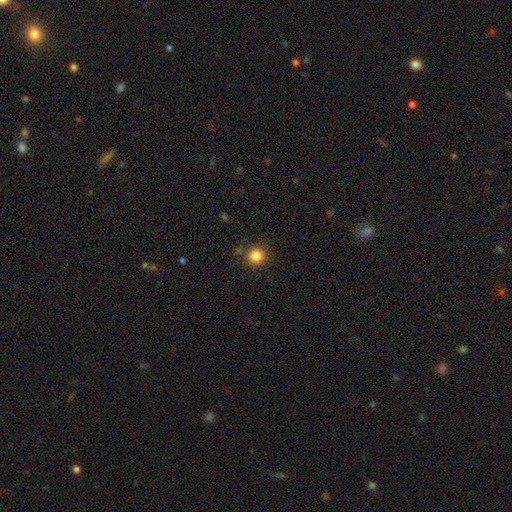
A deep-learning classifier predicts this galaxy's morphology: A smooth galaxy with no disk features (84%) that is round (92%).

Vote fractions:
- Smooth or featured? smooth: 84% / star or artifact: 12% / featured or disk: 5%
- How rounded? round: 92% / in between: 7% / cigar-shaped: 1%
- Merging? none: 85% / minor disturbance: 9% / merger: 3% / major disturbance: 3%